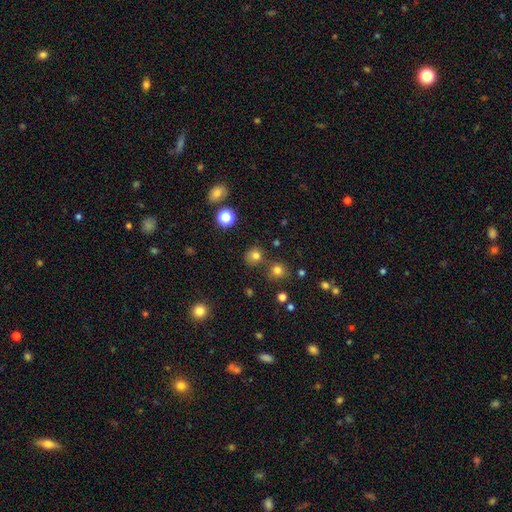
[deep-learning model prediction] smooth_or_featured: smooth (p=0.75) [alt: star or artifact p=0.18]
how_rounded: round (p=0.86) [alt: in between p=0.13]
merging: none (p=0.76) [alt: minor disturbance p=0.11]